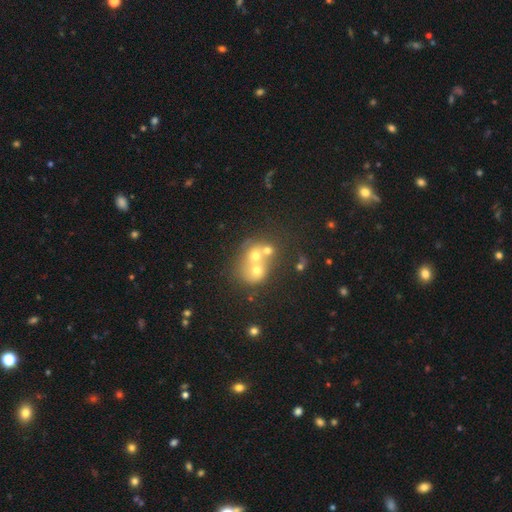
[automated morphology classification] A smooth galaxy with no disk features (54%) that is round (68%).

Vote fractions:
- Smooth or featured? smooth: 54% / featured or disk: 30% / star or artifact: 16%
- How rounded? round: 68% / in between: 31% / cigar-shaped: 1%
- Merging? merger: 66% / none: 23% / minor disturbance: 6% / major disturbance: 4%